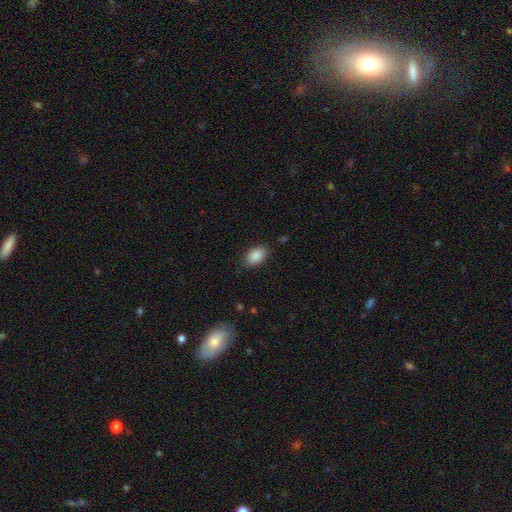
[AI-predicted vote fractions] Q: Smooth or featured?
A: smooth (89%); runner-up: star or artifact (7%)
Q: How rounded?
A: in between (90%); runner-up: round (9%)
Q: Merging?
A: none (83%); runner-up: minor disturbance (13%)